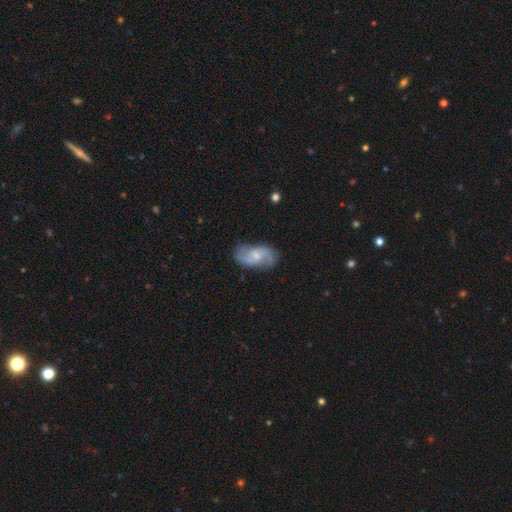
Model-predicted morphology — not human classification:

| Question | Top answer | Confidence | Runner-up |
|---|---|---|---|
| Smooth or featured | featured or disk | 70% | smooth (24%) |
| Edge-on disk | no | 96% | yes (4%) |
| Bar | weak | 49% | no (44%) |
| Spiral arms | yes | 92% | no (8%) |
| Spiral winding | medium | 47% | loose (36%) |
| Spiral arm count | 2 | 81% | can't tell (10%) |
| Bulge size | small | 50% | moderate (32%) |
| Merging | none | 75% | minor disturbance (18%) |